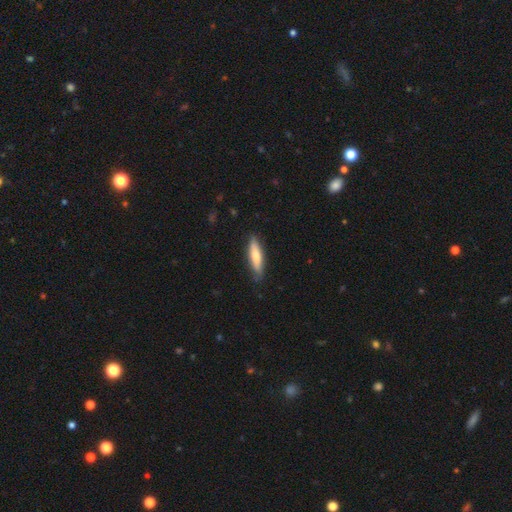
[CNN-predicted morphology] Smooth or featured: smooth — 68% (featured or disk — 27%)
How rounded: cigar-shaped — 72% (in between — 27%)
Merging: none — 84% (minor disturbance — 12%)